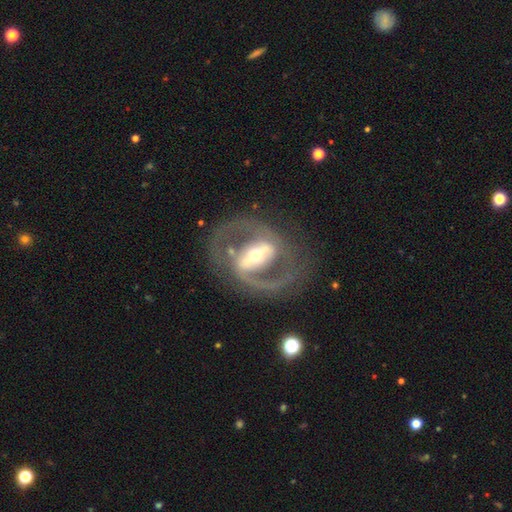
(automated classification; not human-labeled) smooth-or-featured: featured or disk: 88% | smooth: 7% | star or artifact: 5%
  disk-edge-on: no: 95% | yes: 5%
    bar: strong: 65% | weak: 22% | no: 13%
    has-spiral-arms: yes: 85% | no: 15%
      spiral-winding: medium: 56% | loose: 24% | tight: 21%
      spiral-arm-count: 2: 89% | can't tell: 4% | 1: 4% | 3: 1% | 4: 1% | more than 4: 1%
    bulge-size: moderate: 65% | small: 22% | large: 11% | dominant: 2% | none: 1%
  merging: none: 72% | major disturbance: 13% | minor disturbance: 13% | merger: 2%